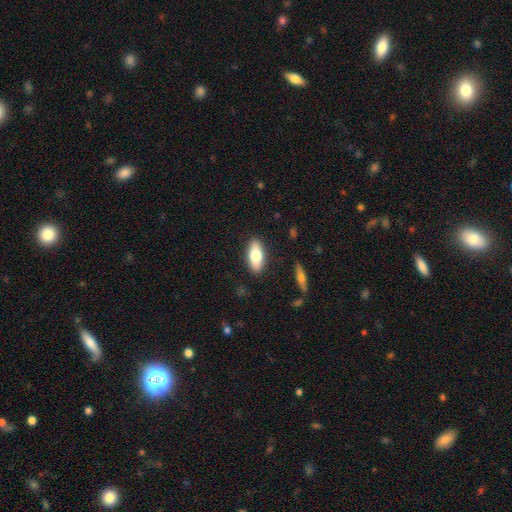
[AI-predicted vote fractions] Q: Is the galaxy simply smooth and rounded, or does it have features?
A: smooth — 72%.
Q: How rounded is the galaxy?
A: in between — 82%.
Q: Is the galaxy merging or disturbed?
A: none — 87%.